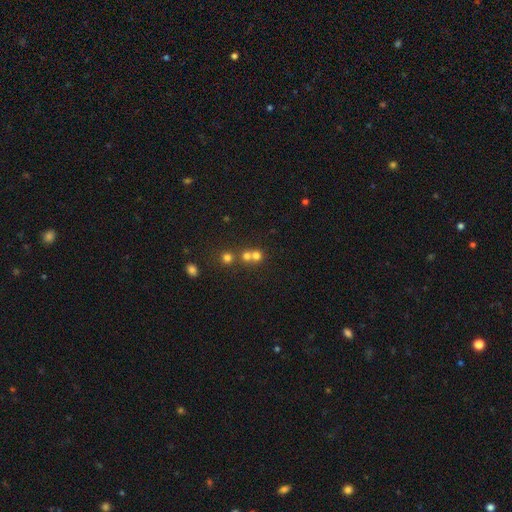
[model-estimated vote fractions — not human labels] This appears to be a smooth galaxy with no disk features (69%) that is round (87%). Merging: merger (50%).